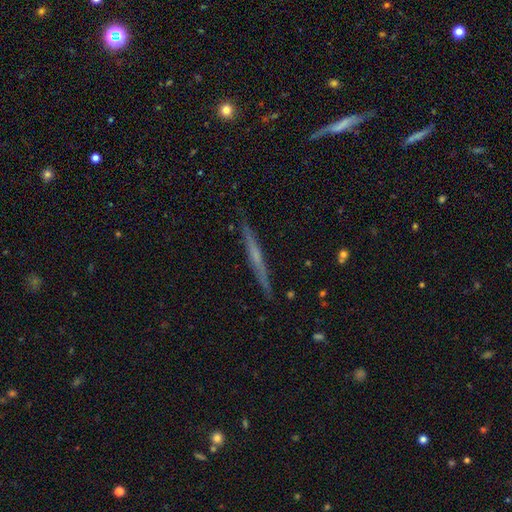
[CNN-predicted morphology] type=featured or disk (61%); edge-on=yes (97%); edge-on bulge=none (65%); merging=none (90%).